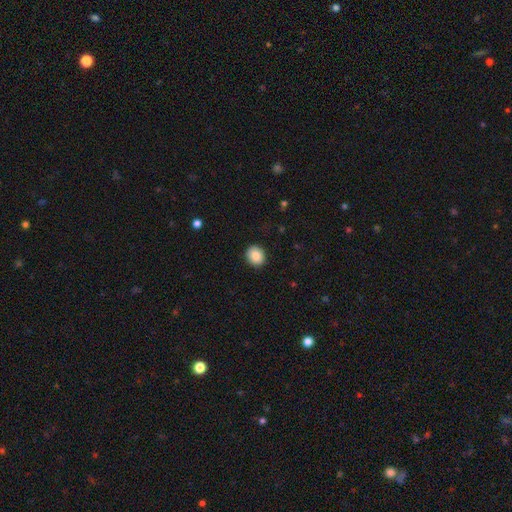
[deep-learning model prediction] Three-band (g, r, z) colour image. It shows a smooth galaxy with no disk features (87%) that is round (71%). Merging: none (91%).